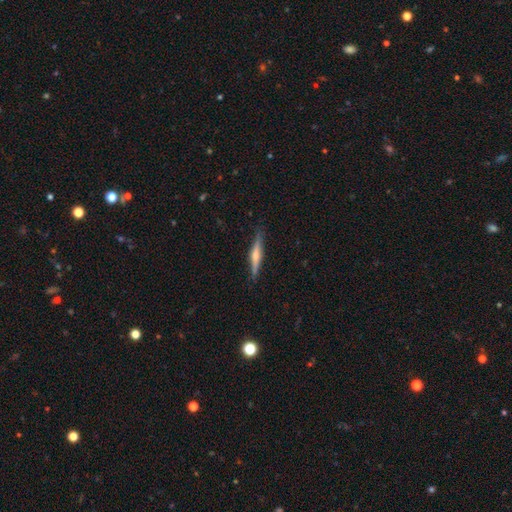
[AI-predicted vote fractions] Overall: featured or disk (56%; smooth 38%). Edge-on disk: yes (97%). Edge-on bulge: rounded (73%). Merging: none (87%).